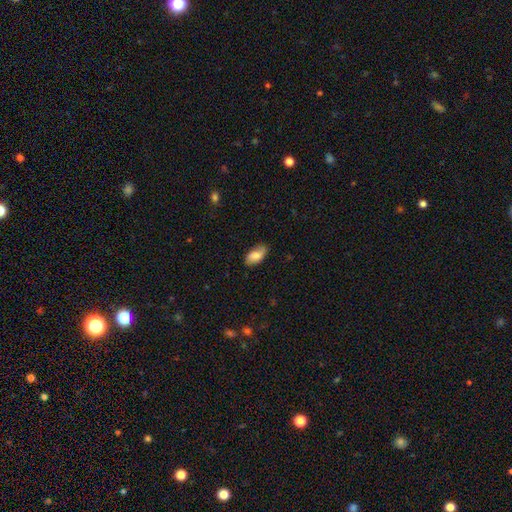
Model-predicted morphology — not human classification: Smooth or featured? Predicted: smooth (p=0.75). How rounded? Predicted: in between (p=0.93). Merging? Predicted: none (p=0.74).